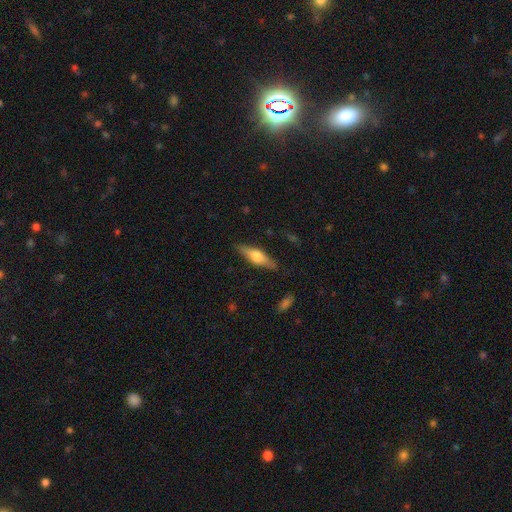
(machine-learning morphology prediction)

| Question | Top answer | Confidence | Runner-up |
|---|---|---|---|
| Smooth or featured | featured or disk | 53% | smooth (41%) |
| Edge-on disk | yes | 93% | no (7%) |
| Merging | none | 84% | minor disturbance (11%) |